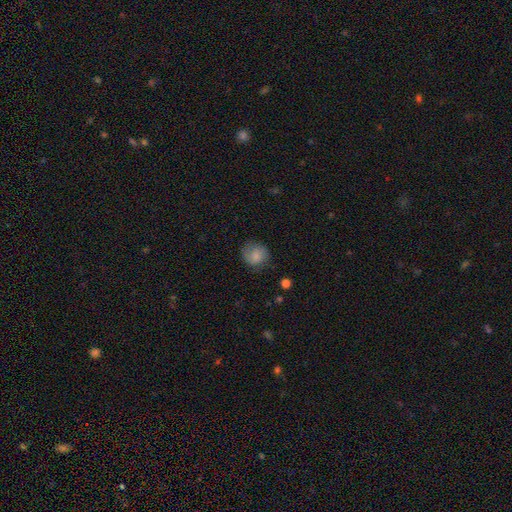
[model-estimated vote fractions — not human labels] A smooth galaxy with no disk features (83%) that is round (82%). Merging: none (69%).